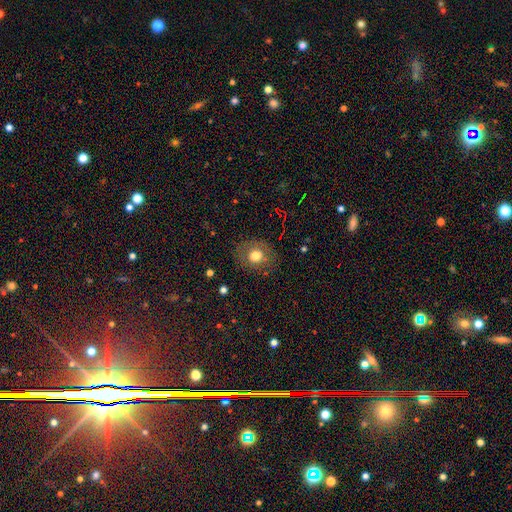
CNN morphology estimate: This appears to be a smooth galaxy with no disk features (71%) that is round (72%). Merging: none (82%).